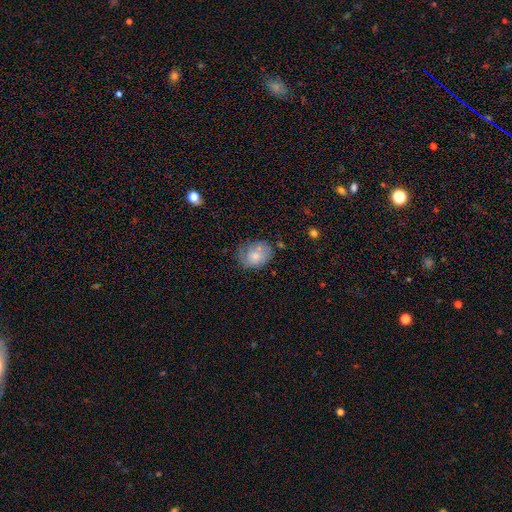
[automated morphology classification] Smooth or featured? smooth (64%)
How rounded? in between (53%)
Merging? none (57%)